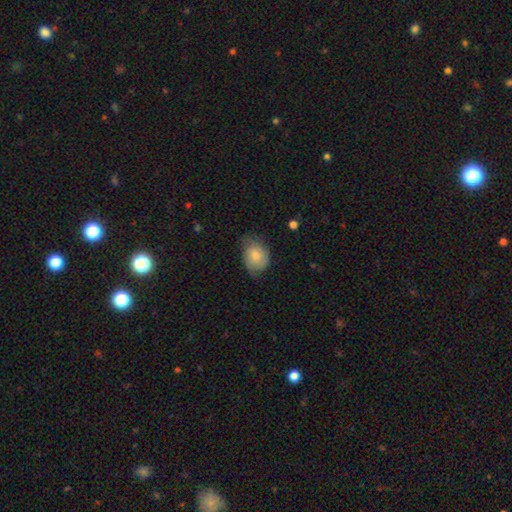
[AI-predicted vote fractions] Smooth or featured? smooth (73%)
How rounded? in between (63%)
Merging? none (52%)